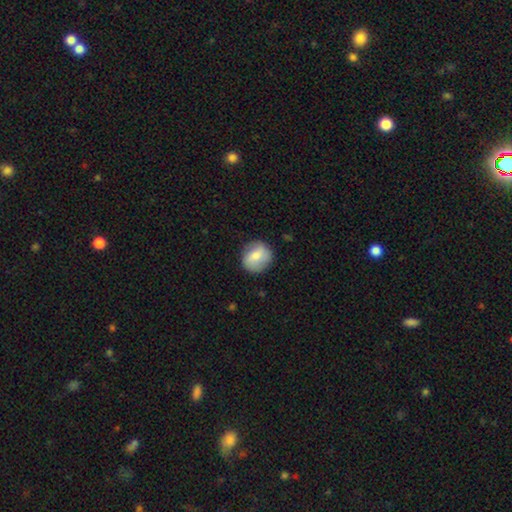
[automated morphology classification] Q: Smooth or featured?
A: smooth (67%); runner-up: featured or disk (26%)
Q: How rounded?
A: round (82%); runner-up: in between (17%)
Q: Merging?
A: none (81%); runner-up: minor disturbance (14%)